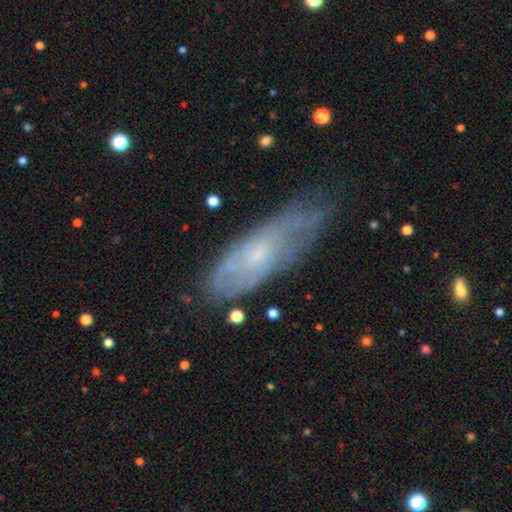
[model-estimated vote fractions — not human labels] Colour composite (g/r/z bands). It shows a featured or disk galaxy (53%). Merging: none (63%).